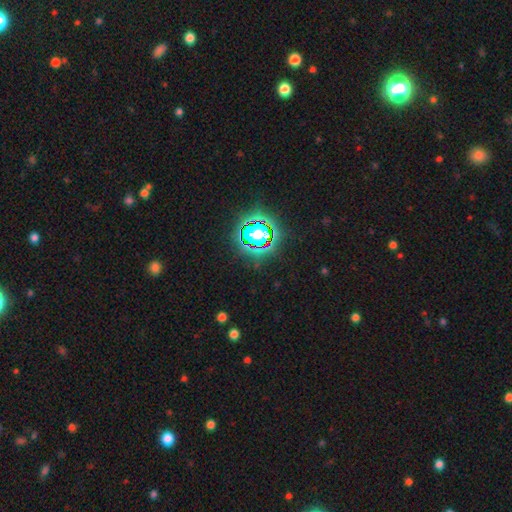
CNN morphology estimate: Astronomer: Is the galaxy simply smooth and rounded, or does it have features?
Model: star or artifact — 82%.